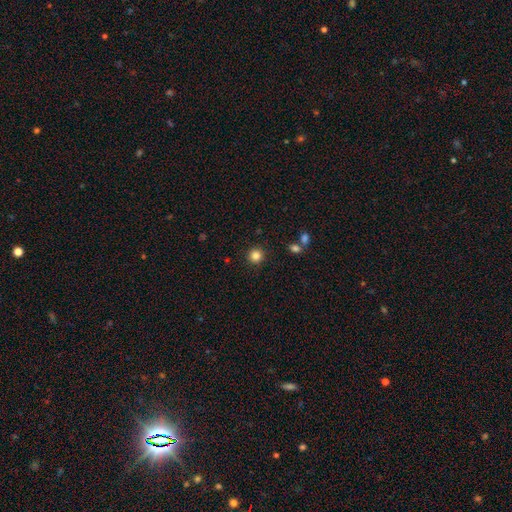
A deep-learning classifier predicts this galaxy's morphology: Q: Smooth or featured?
A: smooth (84%); runner-up: star or artifact (12%)
Q: How rounded?
A: round (94%); runner-up: in between (5%)
Q: Merging?
A: none (90%); runner-up: minor disturbance (5%)